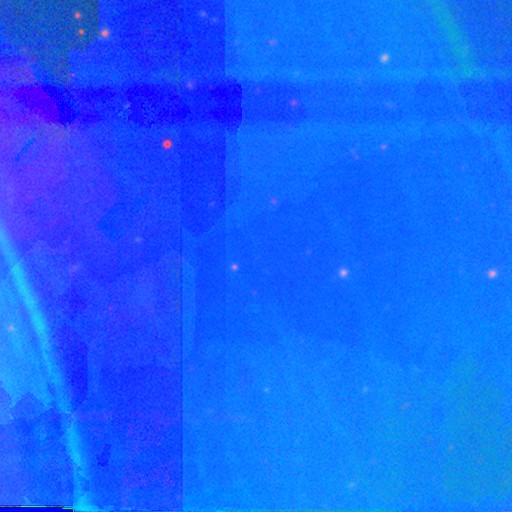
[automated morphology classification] This appears to be a star or artifact, not a galaxy (86%).